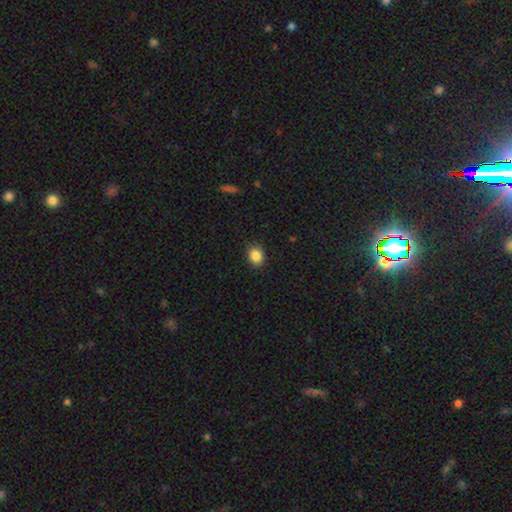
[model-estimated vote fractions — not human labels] A smooth galaxy with no disk features (86%) that is round (50%). Merging: none (89%).